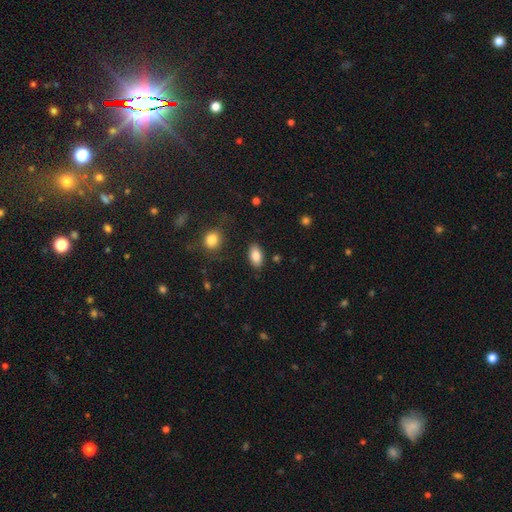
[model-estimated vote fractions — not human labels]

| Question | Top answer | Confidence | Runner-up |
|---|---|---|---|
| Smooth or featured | smooth | 86% | star or artifact (8%) |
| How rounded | in between | 92% | round (5%) |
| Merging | none | 85% | minor disturbance (10%) |